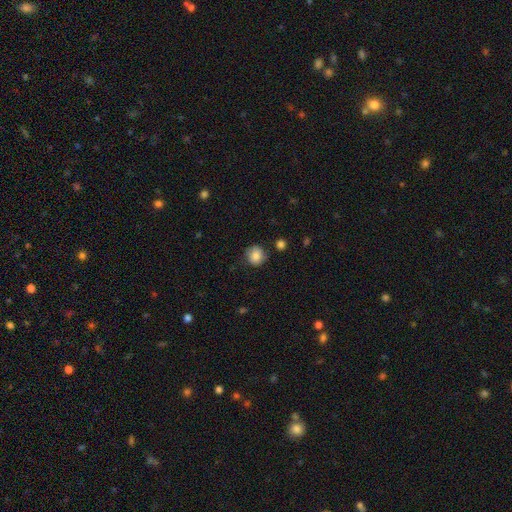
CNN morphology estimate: Smooth or featured: smooth — 81% (featured or disk — 10%)
How rounded: round — 87% (in between — 12%)
Merging: none — 76% (minor disturbance — 17%)